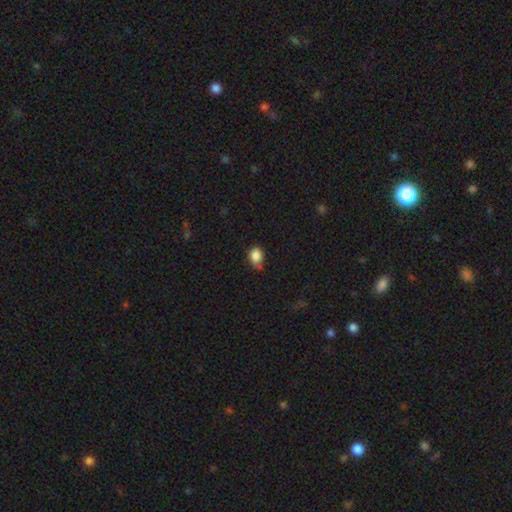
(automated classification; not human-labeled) This is clearly a smooth galaxy (85%). How rounded: possibly in between (58%). Merging: possibly none (49%).